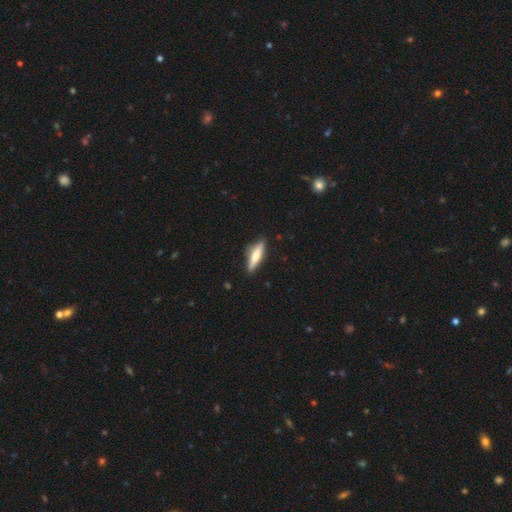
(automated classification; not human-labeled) A smooth galaxy with no disk features (56%) that is cigar-shaped (73%). Merging: none (86%).